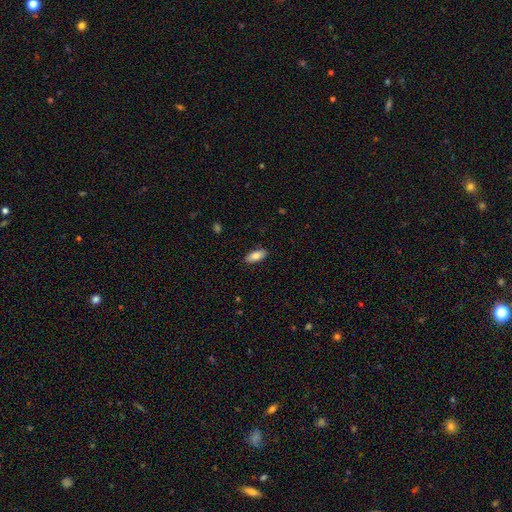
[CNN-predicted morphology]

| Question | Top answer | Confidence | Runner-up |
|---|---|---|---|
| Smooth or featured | smooth | 83% | featured or disk (11%) |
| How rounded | in between | 88% | cigar-shaped (10%) |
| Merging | none | 88% | minor disturbance (9%) |